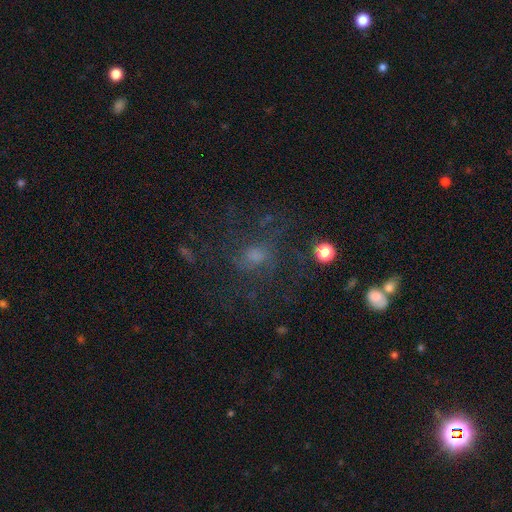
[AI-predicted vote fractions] smooth_or_featured: featured or disk (p=0.47) [alt: smooth p=0.31]
merging: none (p=0.58) [alt: major disturbance p=0.23]